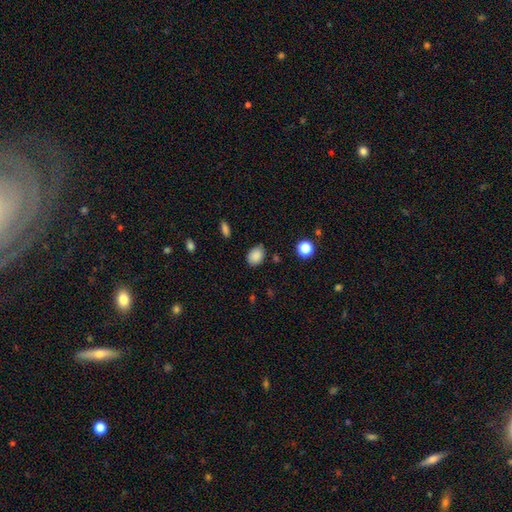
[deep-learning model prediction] Q: Smooth or featured?
A: smooth (87%); runner-up: star or artifact (10%)
Q: How rounded?
A: in between (64%); runner-up: round (35%)
Q: Merging?
A: none (80%); runner-up: minor disturbance (14%)